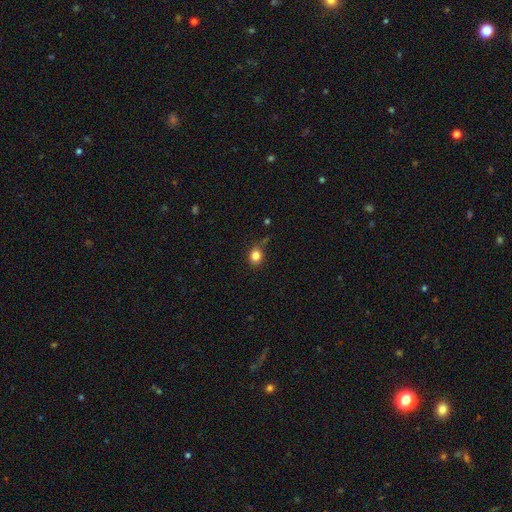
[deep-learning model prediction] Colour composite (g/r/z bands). It shows a smooth galaxy with no disk features (82%) that is round (66%). Merging: none (73%).